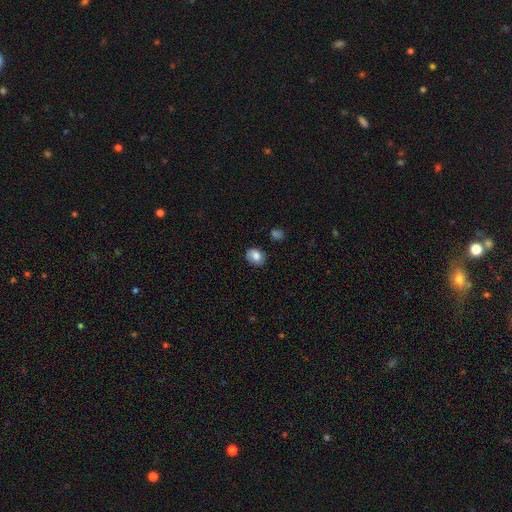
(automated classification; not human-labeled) Smooth or featured? Predicted: smooth (p=0.80). How rounded? Predicted: in between (p=0.52). Merging? Predicted: none (p=0.81).